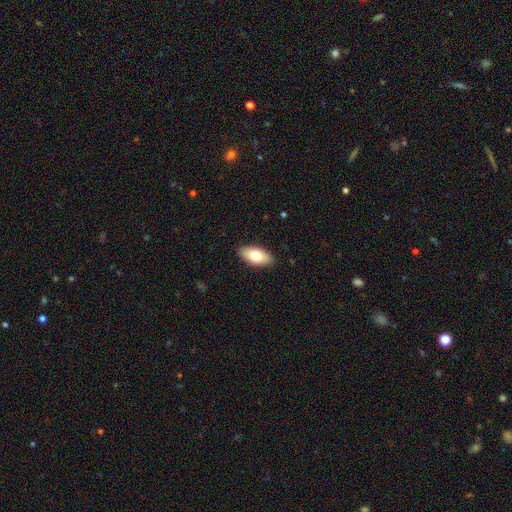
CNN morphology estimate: Smooth or featured: smooth — 75% (featured or disk — 19%)
How rounded: in between — 91% (cigar-shaped — 6%)
Merging: none — 89% (minor disturbance — 8%)